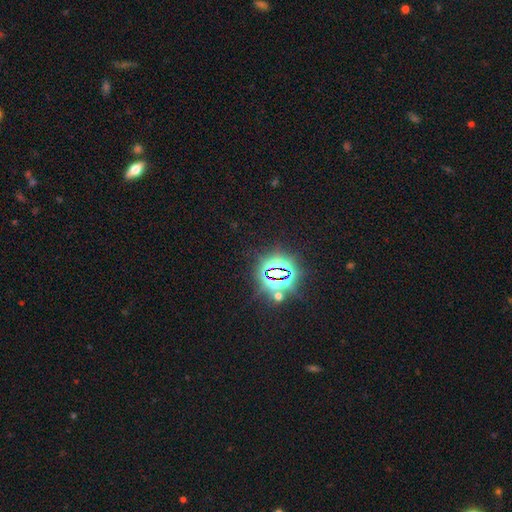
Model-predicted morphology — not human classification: This is clearly a star or artifact rather than a galaxy (81%).